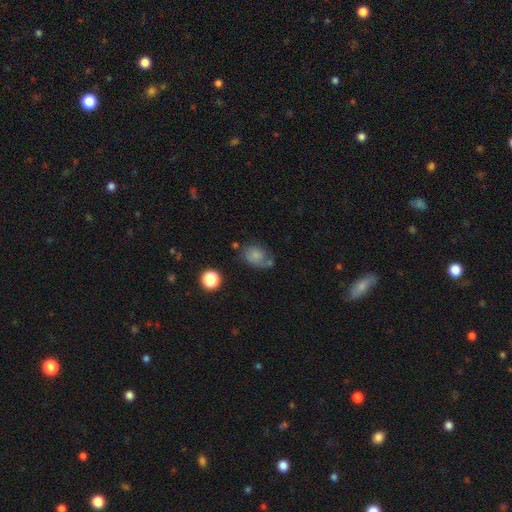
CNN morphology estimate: smooth 69%, featured or disk 19%, star or artifact 12%. Down the decision tree: how rounded — in between (67%); merging — none (44%).